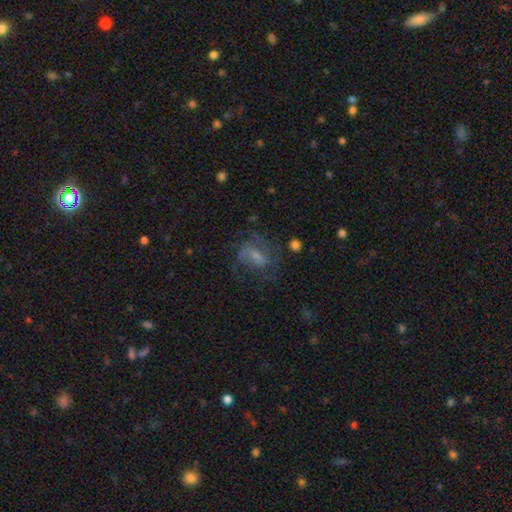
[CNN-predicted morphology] This is possibly a featured or disk galaxy (45%). Merging: possibly none (49%).